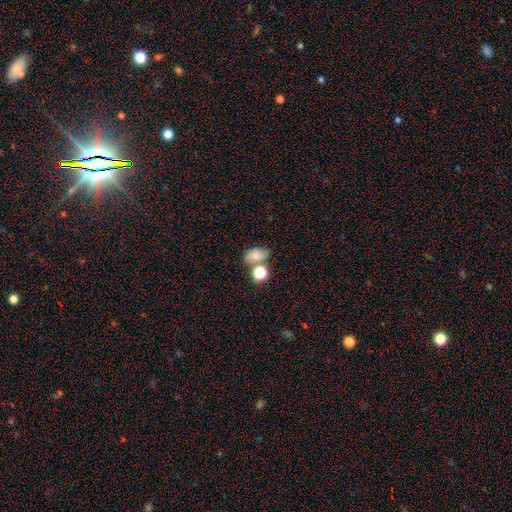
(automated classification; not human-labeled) Q: Smooth or featured?
A: smooth (70%); runner-up: featured or disk (17%)
Q: How rounded?
A: in between (74%); runner-up: round (24%)
Q: Merging?
A: none (47%); runner-up: merger (31%)